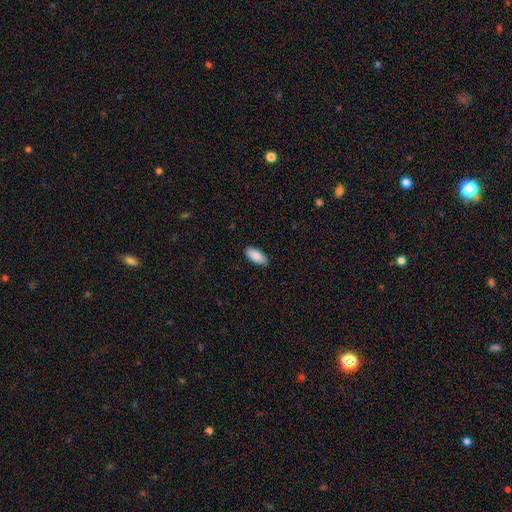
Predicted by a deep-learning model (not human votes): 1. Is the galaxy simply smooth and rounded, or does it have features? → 89% smooth, 6% star or artifact, 5% featured or disk.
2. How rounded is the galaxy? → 89% in between, 10% cigar-shaped, 2% round.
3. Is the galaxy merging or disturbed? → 89% none, 8% minor disturbance, 2% major disturbance, 1% merger.